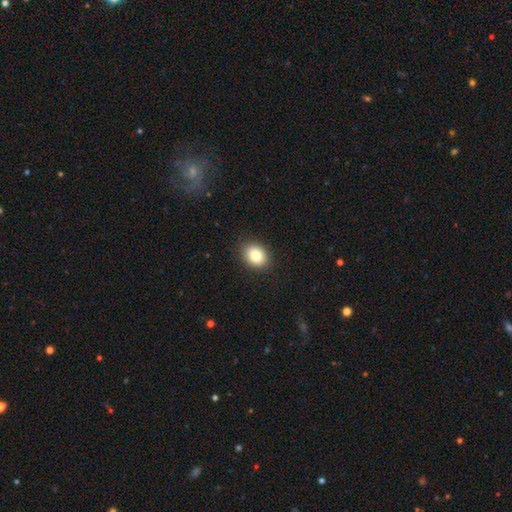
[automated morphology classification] smooth 83%, star or artifact 9%, featured or disk 8%. Down the decision tree: how rounded — in between (52%); merging — none (89%).